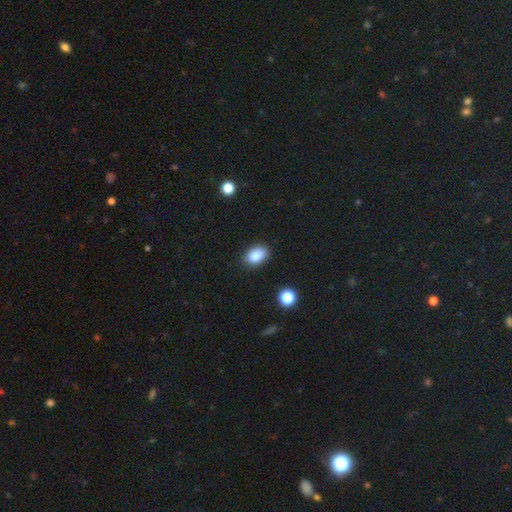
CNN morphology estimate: The model was most divided on "how rounded": in between: 85%, round: 14%, cigar-shaped: 1%. More confident: smooth or featured — smooth (86%); merging — none (86%).